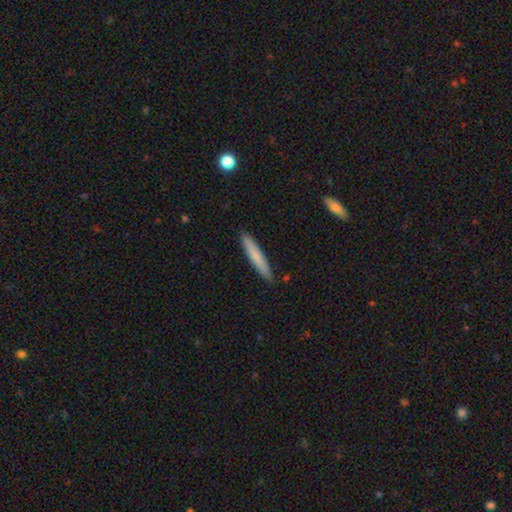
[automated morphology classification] This is likely a smooth galaxy (75%). How rounded: clearly cigar-shaped (94%). Merging: clearly none (90%).